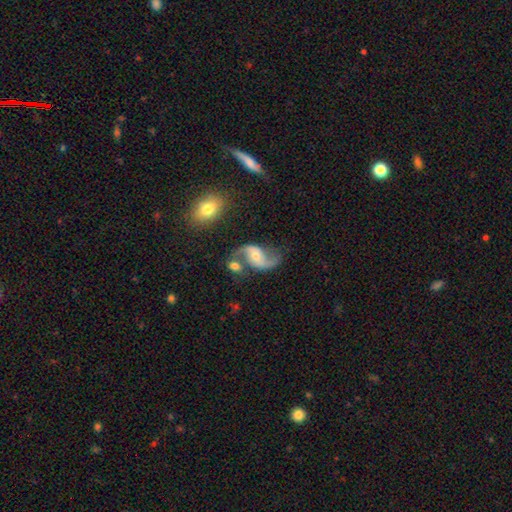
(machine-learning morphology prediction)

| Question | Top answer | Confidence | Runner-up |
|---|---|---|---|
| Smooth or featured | featured or disk | 87% | smooth (7%) |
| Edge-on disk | no | 98% | yes (2%) |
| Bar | no | 47% | weak (38%) |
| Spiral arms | yes | 96% | no (4%) |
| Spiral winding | loose | 74% | medium (22%) |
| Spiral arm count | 2 | 92% | 1 (3%) |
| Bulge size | moderate | 50% | small (41%) |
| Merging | none | 51% | merger (21%) |